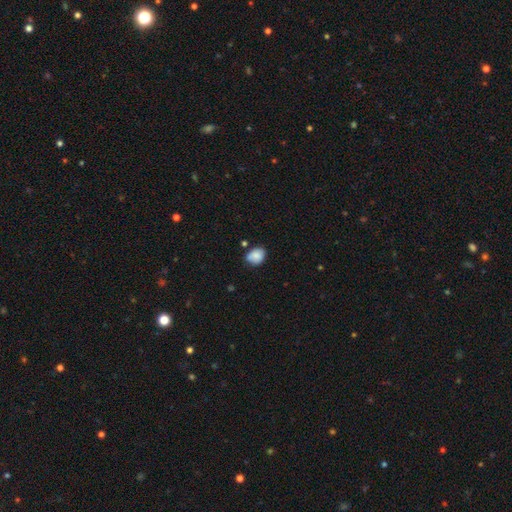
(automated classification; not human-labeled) This appears to be a smooth galaxy with no disk features (83%) that is in between round and cigar-shaped (54%). Merging: none (64%).